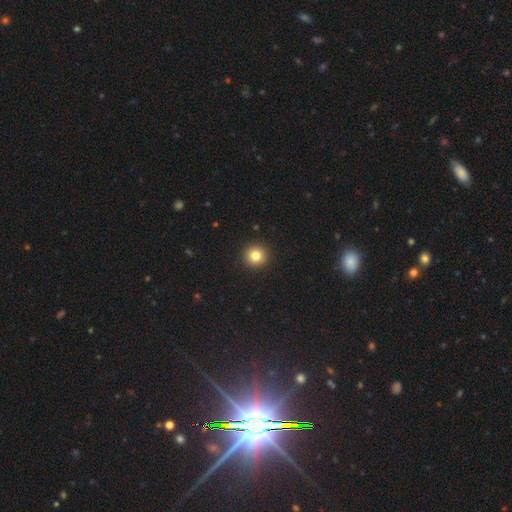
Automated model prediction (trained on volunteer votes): smooth 81%, star or artifact 11%, featured or disk 7%. Down the decision tree: how rounded — round (95%); merging — none (93%).